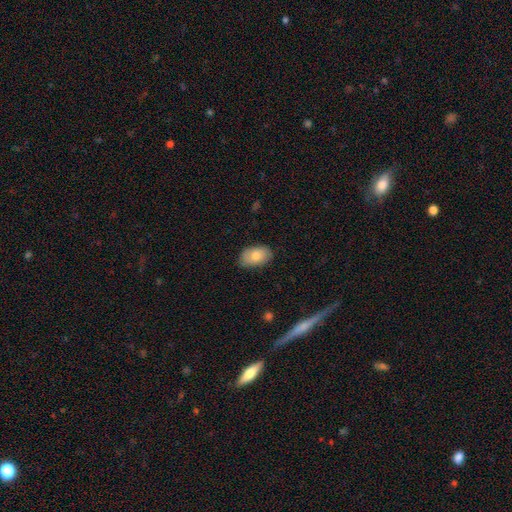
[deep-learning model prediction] This is likely a smooth galaxy (79%). How rounded: clearly in between (92%). Merging: clearly none (82%).